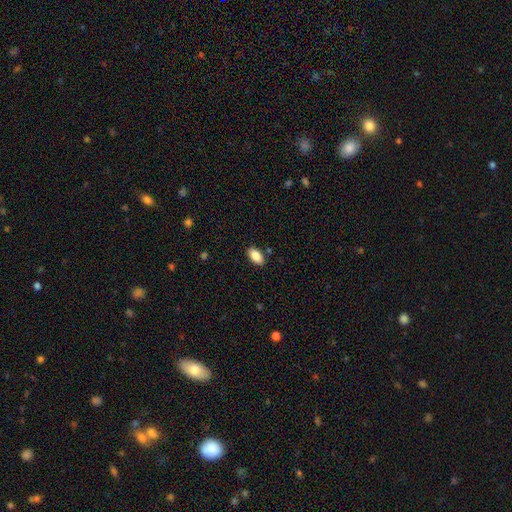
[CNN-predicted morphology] A smooth galaxy with no disk features (87%) that is in between round and cigar-shaped (93%). Merging: none (86%).